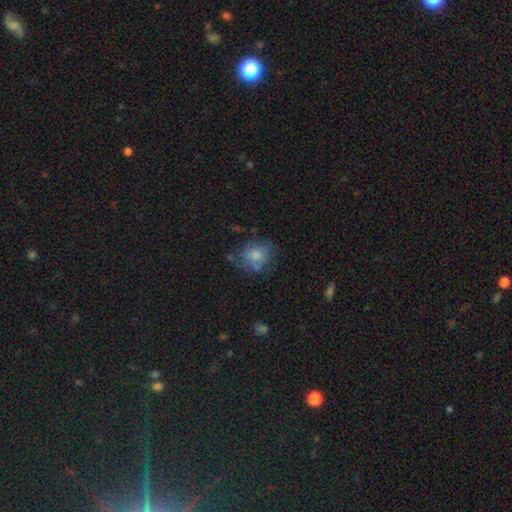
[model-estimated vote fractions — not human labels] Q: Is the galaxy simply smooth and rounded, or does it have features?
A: smooth — 64%.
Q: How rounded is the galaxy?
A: round — 55%.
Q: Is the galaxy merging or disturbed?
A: none — 52%.